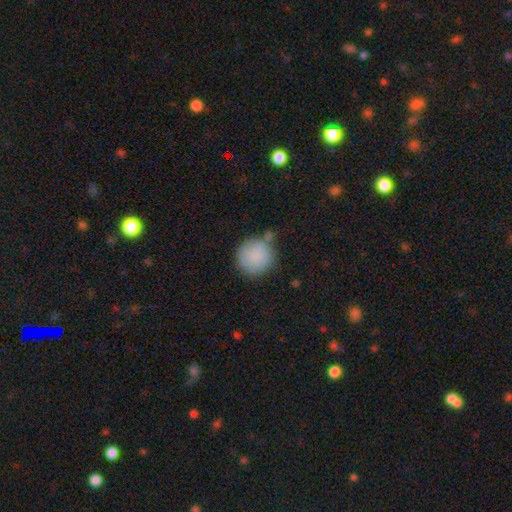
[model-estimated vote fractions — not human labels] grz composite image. It shows a smooth galaxy with no disk features (85%) that is round (93%). Merging: none (61%).